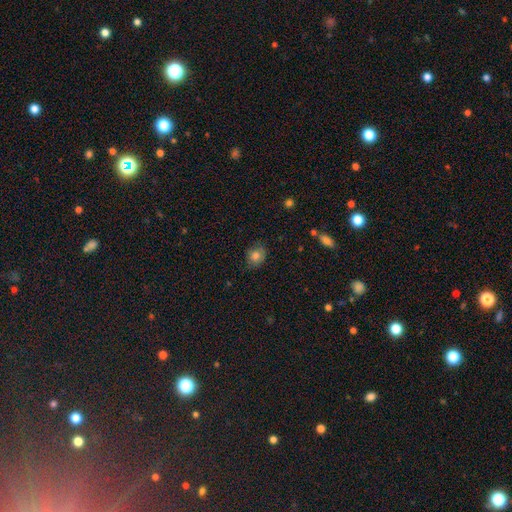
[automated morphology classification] The model was most divided on "how rounded": round: 68%, in between: 31%, cigar-shaped: 1%. More confident: smooth or featured — smooth (81%); merging — none (77%).